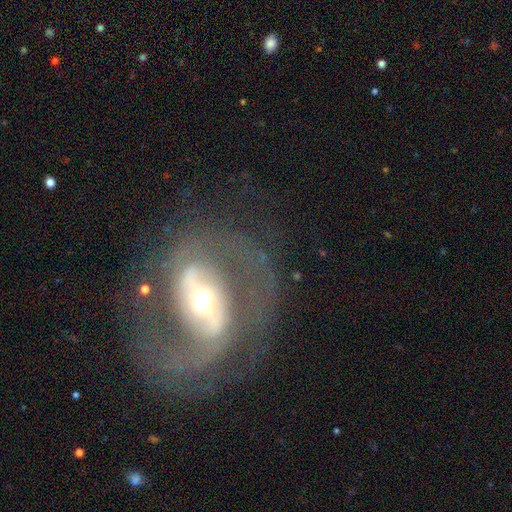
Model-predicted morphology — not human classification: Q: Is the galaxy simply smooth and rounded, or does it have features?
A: featured or disk — 87%.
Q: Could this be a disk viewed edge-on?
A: no — 96%.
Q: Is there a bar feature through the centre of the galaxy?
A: strong — 47%.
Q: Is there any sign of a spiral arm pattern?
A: yes — 91%.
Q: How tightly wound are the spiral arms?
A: medium — 53%.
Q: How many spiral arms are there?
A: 2 — 86%.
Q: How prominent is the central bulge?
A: moderate — 61%.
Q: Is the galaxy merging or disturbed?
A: none — 69%.